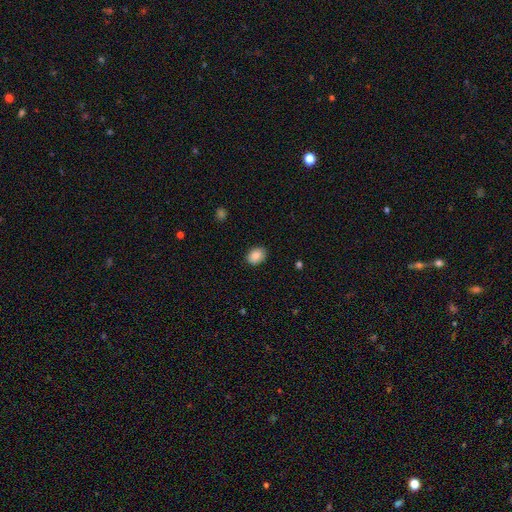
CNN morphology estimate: smooth 87%, star or artifact 8%, featured or disk 5%. Down the decision tree: how rounded — in between (64%); merging — none (87%).